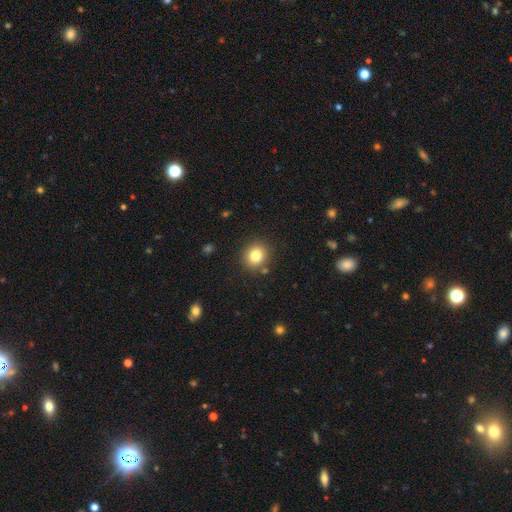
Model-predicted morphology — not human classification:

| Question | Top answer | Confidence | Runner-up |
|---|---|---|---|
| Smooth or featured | smooth | 81% | star or artifact (12%) |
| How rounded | round | 82% | in between (17%) |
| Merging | none | 86% | minor disturbance (8%) |